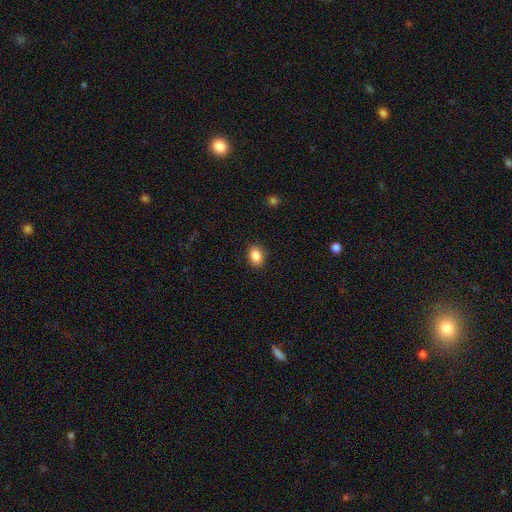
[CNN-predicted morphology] Smooth or featured?
  - smooth: 87% *
  - star or artifact: 9%
  - featured or disk: 4%
How rounded?
  - in between: 61% *
  - round: 38%
  - cigar-shaped: 1%
Merging?
  - none: 89% *
  - minor disturbance: 8%
  - major disturbance: 2%
  - merger: 1%